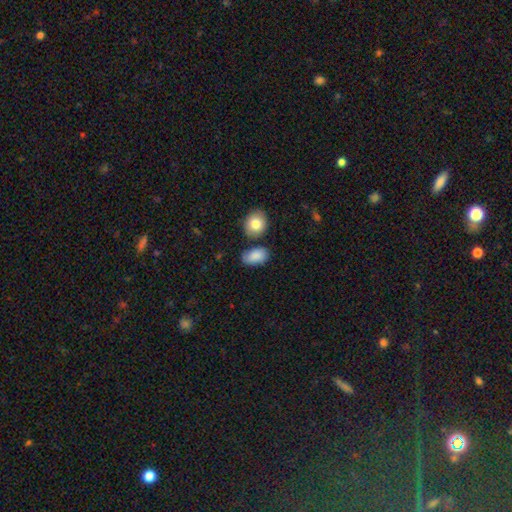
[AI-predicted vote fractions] A smooth galaxy with no disk features (86%) that is in between round and cigar-shaped (90%). Merging: none (67%).